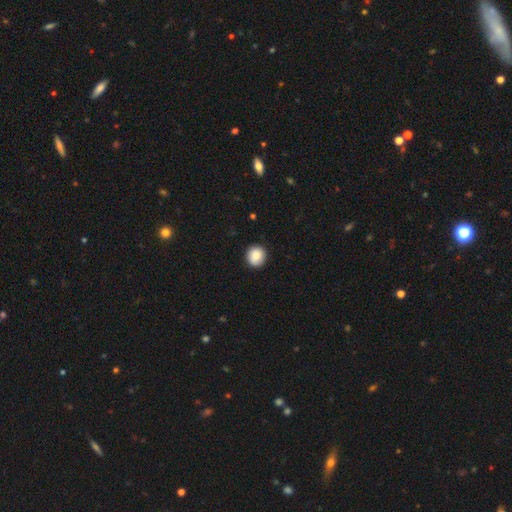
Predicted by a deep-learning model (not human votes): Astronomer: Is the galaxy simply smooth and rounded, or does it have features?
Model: smooth — 87%.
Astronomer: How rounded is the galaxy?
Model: round — 89%.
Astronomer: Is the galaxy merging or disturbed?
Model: none — 90%.